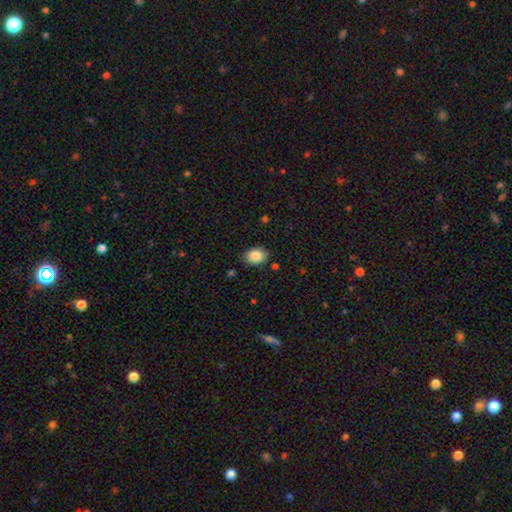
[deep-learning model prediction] Smooth or featured: smooth — 87% (star or artifact — 8%)
How rounded: in between — 77% (round — 22%)
Merging: none — 84% (minor disturbance — 12%)